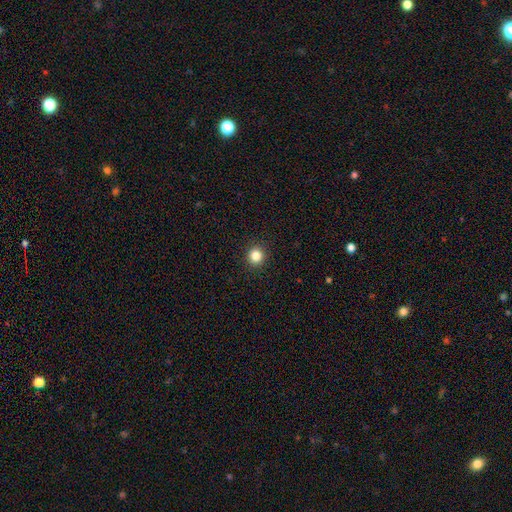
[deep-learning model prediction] A smooth galaxy with no disk features (84%) that is round (93%).

Vote fractions:
- Smooth or featured? smooth: 84% / star or artifact: 12% / featured or disk: 4%
- How rounded? round: 93% / in between: 6% / cigar-shaped: 1%
- Merging? none: 93% / minor disturbance: 5% / major disturbance: 2% / merger: 1%